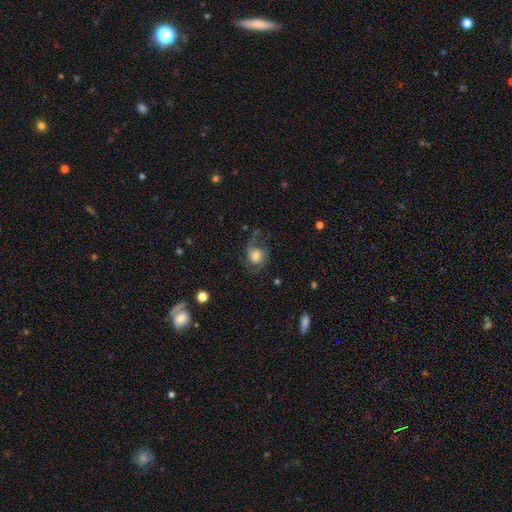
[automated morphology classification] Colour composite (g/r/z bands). It shows a featured or disk galaxy (50%). Merging: none (50%).